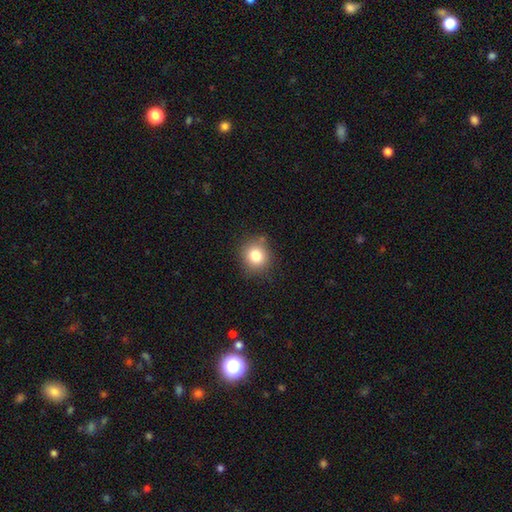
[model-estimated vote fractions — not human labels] A smooth galaxy with no disk features (81%) that is round (87%). Merging: none (82%).